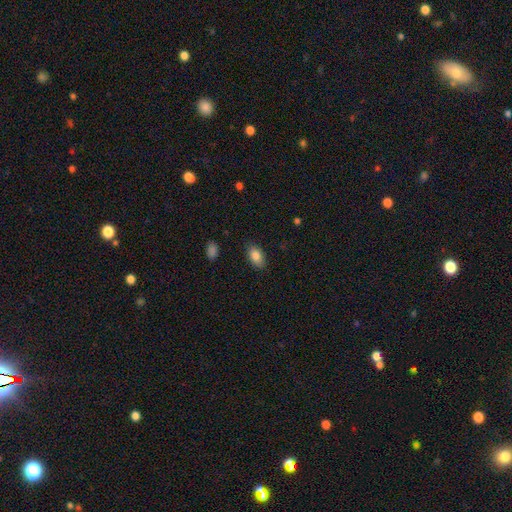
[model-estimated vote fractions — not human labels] smooth_or_featured: smooth (p=0.86) [alt: star or artifact p=0.07]
how_rounded: in between (p=0.91) [alt: round p=0.06]
merging: none (p=0.85) [alt: minor disturbance p=0.11]